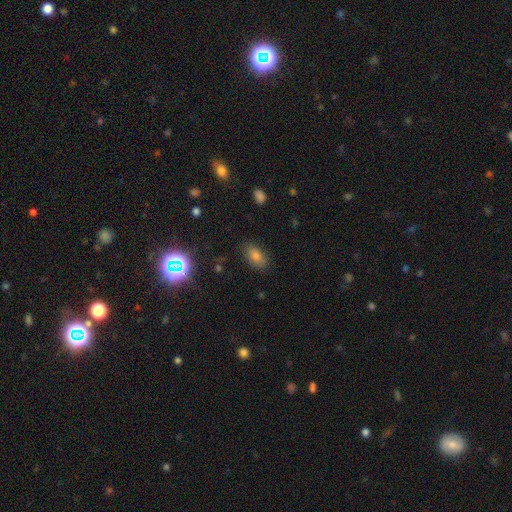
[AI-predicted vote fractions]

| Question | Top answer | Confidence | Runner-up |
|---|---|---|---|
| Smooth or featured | smooth | 69% | star or artifact (22%) |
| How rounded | in between | 86% | round (12%) |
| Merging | none | 84% | minor disturbance (11%) |